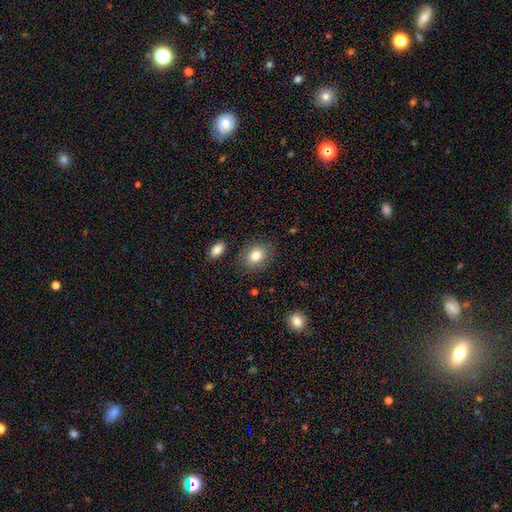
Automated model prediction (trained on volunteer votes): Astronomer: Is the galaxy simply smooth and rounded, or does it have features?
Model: smooth — 83%.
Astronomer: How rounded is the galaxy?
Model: in between — 59% (runner-up: round, 40%).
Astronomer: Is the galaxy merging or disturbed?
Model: none — 83%.